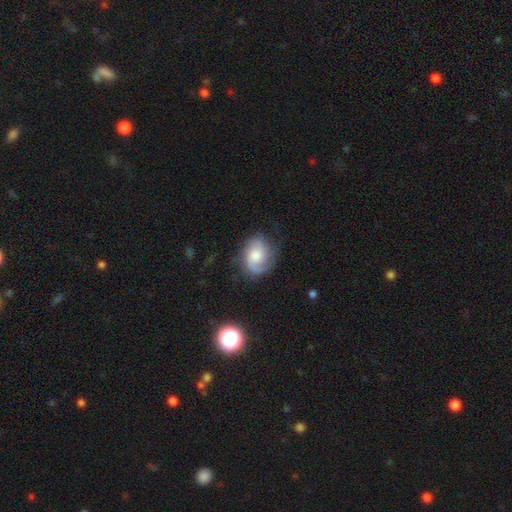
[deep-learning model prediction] This appears to be a featured or disk galaxy (69%) with no bar (68%), 2 (58%) medium (44%) spiral arms (93%) and a moderate central bulge (48%). Merging: none (66%).